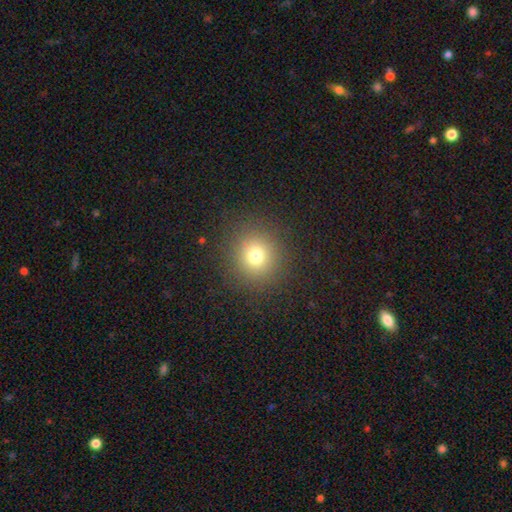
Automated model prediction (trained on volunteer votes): This appears to be a smooth galaxy with no disk features (72%) that is round (91%). Merging: none (88%).